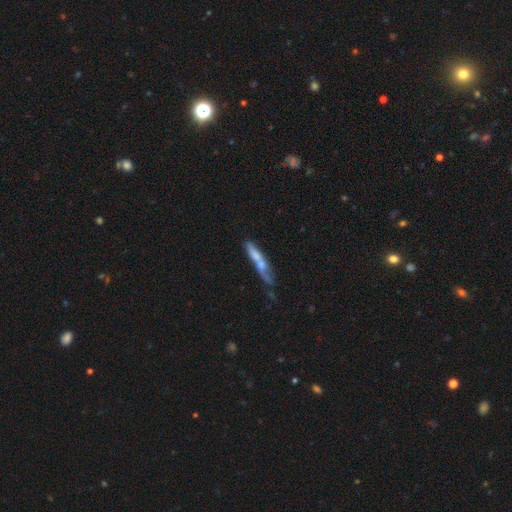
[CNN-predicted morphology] Smooth or featured?
  - featured or disk: 49% *
  - smooth: 39%
  - star or artifact: 12%
Merging?
  - none: 50% *
  - minor disturbance: 21%
  - merger: 17%
  - major disturbance: 11%